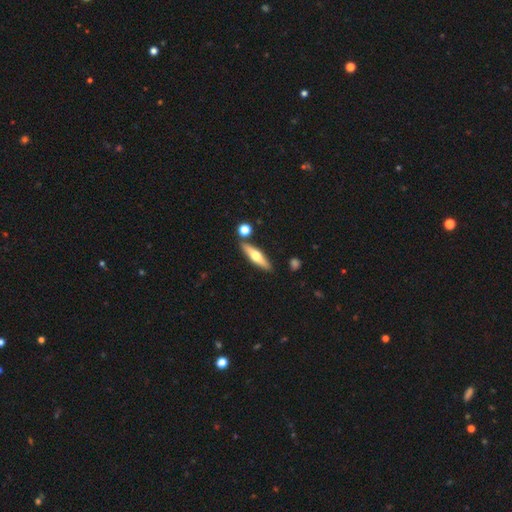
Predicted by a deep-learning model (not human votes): featured or disk 51%, smooth 43%, star or artifact 6%. Down the decision tree: edge-on disk — yes (92%); merging — none (84%).